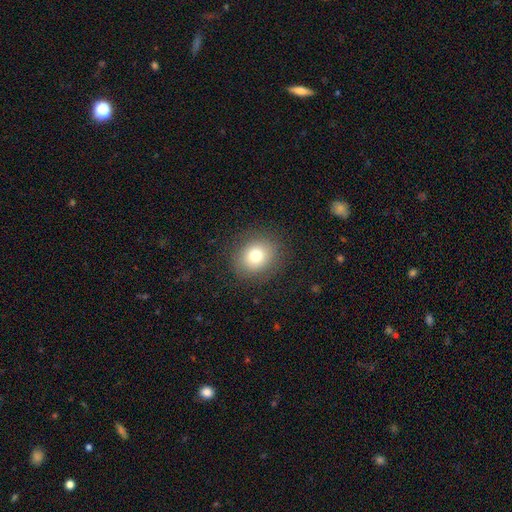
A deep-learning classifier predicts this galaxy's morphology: A smooth galaxy with no disk features (78%) that is round (75%). Merging: none (87%).